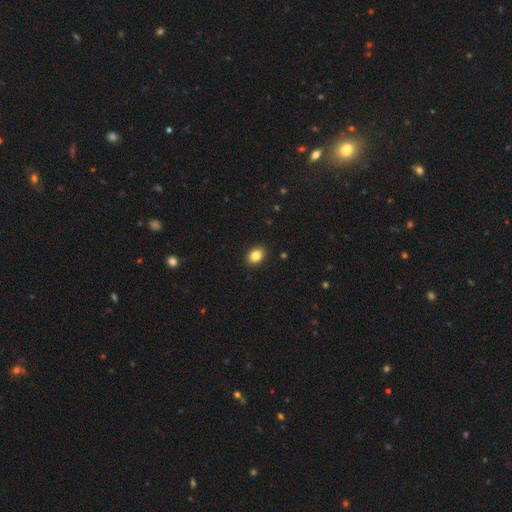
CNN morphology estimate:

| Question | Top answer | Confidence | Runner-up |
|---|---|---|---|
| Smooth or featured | smooth | 84% | star or artifact (9%) |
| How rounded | in between | 71% | round (28%) |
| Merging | none | 90% | minor disturbance (7%) |